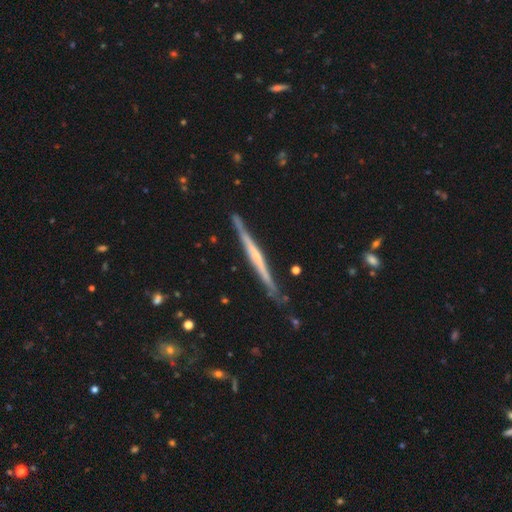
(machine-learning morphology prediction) Q: Smooth or featured?
A: featured or disk (76%); runner-up: smooth (18%)
Q: Edge-on disk?
A: yes (98%); runner-up: no (2%)
Q: Edge-on bulge?
A: rounded (51%); runner-up: none (41%)
Q: Merging?
A: none (84%); runner-up: minor disturbance (12%)